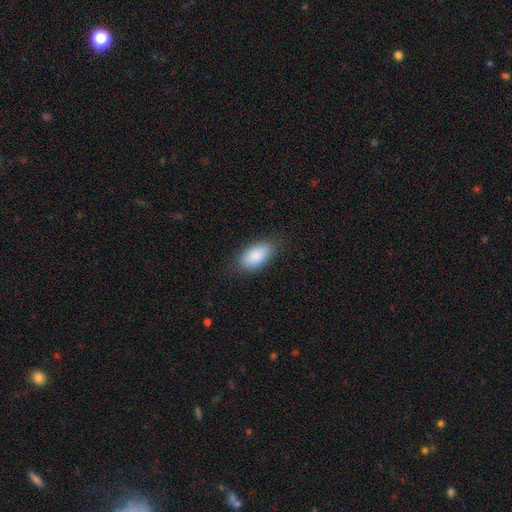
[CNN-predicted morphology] Smooth or featured? Predicted: smooth (p=0.88). How rounded? Predicted: in between (p=0.94). Merging? Predicted: none (p=0.83).